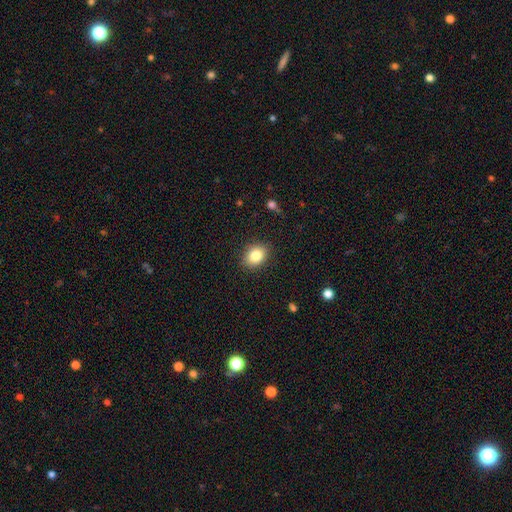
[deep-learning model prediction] Q: Smooth or featured?
A: smooth (84%); runner-up: star or artifact (8%)
Q: How rounded?
A: in between (67%); runner-up: round (32%)
Q: Merging?
A: none (88%); runner-up: minor disturbance (9%)